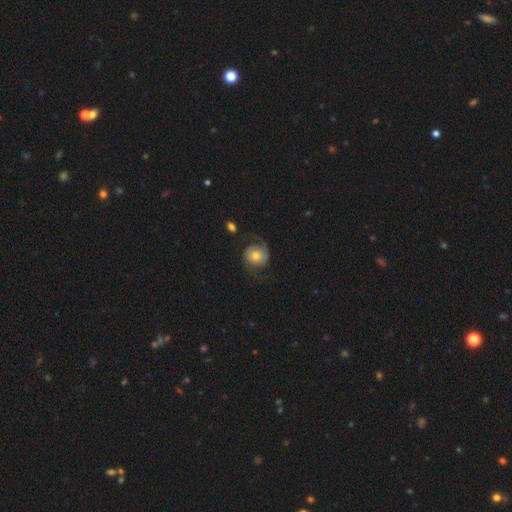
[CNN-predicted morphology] Q: Smooth or featured?
A: featured or disk (54%); runner-up: smooth (39%)
Q: Edge-on disk?
A: no (97%); runner-up: yes (3%)
Q: Bar?
A: no (76%); runner-up: weak (20%)
Q: Spiral arms?
A: yes (86%); runner-up: no (14%)
Q: Bulge size?
A: moderate (60%); runner-up: small (20%)
Q: Merging?
A: none (61%); runner-up: minor disturbance (19%)